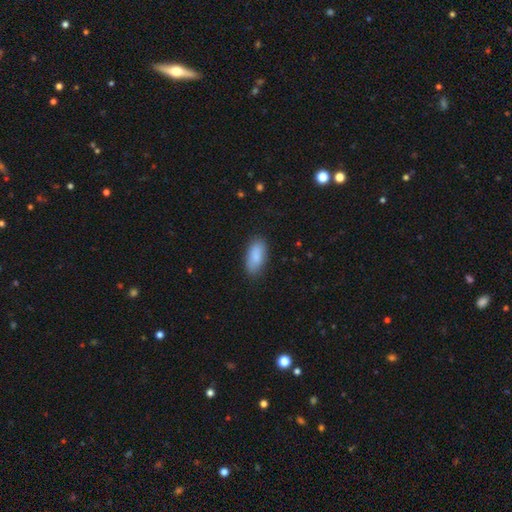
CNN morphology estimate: smooth-or-featured: smooth: 87% | featured or disk: 7% | star or artifact: 6%
  how-rounded: in between: 89% | cigar-shaped: 9% | round: 2%
  merging: none: 85% | minor disturbance: 11% | major disturbance: 3% | merger: 1%